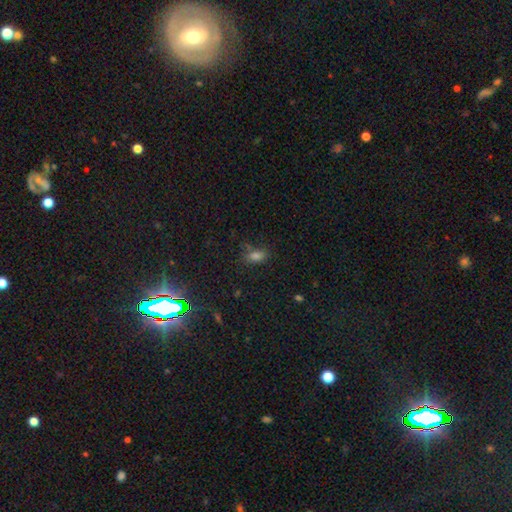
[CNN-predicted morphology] This is likely a smooth galaxy (61%). How rounded: clearly in between (80%). Merging: likely none (69%).